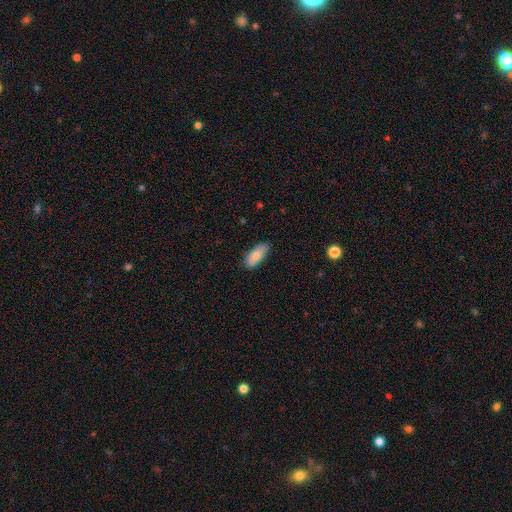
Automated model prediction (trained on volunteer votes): Smooth or featured? smooth (81%)
How rounded? in between (84%)
Merging? none (79%)